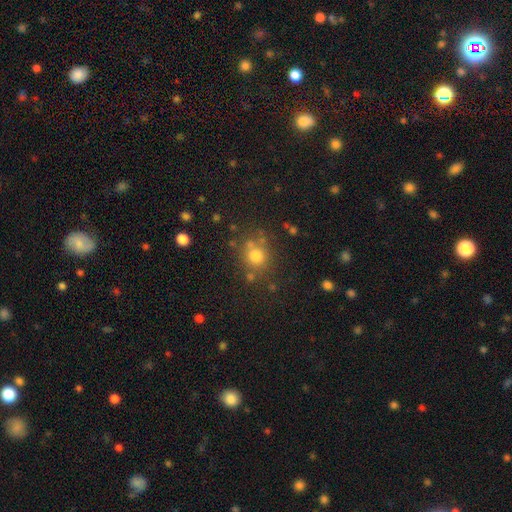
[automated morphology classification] Q: Smooth or featured?
A: smooth (73%); runner-up: star or artifact (17%)
Q: How rounded?
A: round (85%); runner-up: in between (14%)
Q: Merging?
A: none (71%); runner-up: minor disturbance (13%)